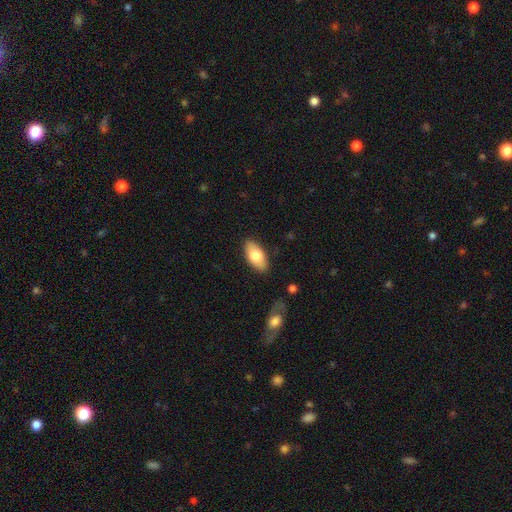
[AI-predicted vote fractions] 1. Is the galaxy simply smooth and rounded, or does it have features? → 75% smooth, 18% featured or disk, 6% star or artifact.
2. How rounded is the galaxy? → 92% in between, 6% cigar-shaped, 3% round.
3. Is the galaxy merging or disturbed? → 86% none, 10% minor disturbance, 2% major disturbance, 1% merger.